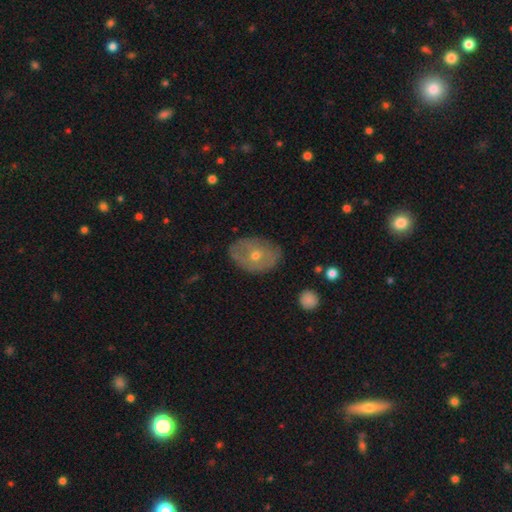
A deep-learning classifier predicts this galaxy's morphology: This is possibly a featured or disk galaxy (48%). Merging: likely none (76%).